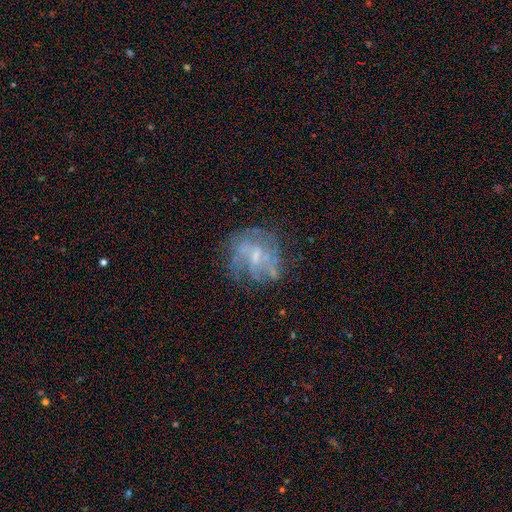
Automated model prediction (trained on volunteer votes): Smooth or featured: featured or disk — 67% (smooth — 21%)
Edge-on disk: no — 98% (yes — 2%)
Bar: no — 52% (weak — 40%)
Spiral arms: yes — 54% (no — 46%)
Bulge size: small — 47% (moderate — 27%)
Merging: none — 58% (minor disturbance — 20%)